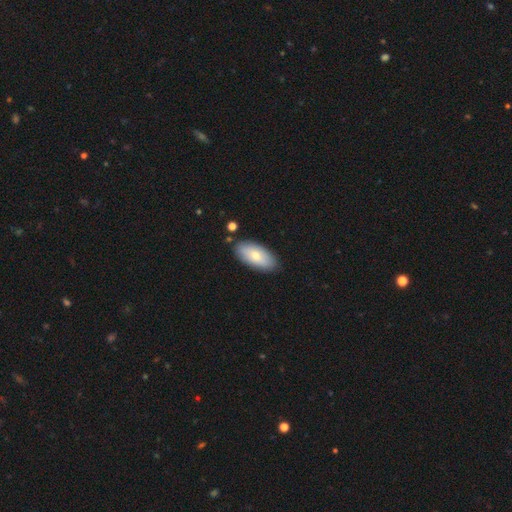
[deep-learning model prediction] A smooth galaxy with no disk features (71%) that is in between round and cigar-shaped (92%). Merging: none (85%).